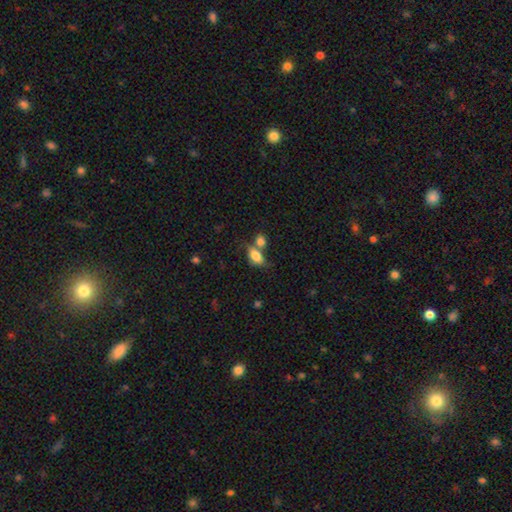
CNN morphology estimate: Smooth or featured: smooth — 80% (featured or disk — 12%)
How rounded: in between — 85% (round — 9%)
Merging: none — 40% (tied with merger — 40%)